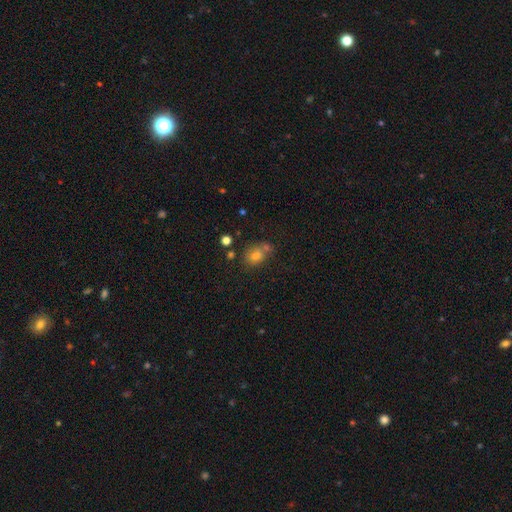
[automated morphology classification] smooth_or_featured: smooth (p=0.72) [alt: star or artifact p=0.16]
how_rounded: round (p=0.52) [alt: in between p=0.46]
merging: none (p=0.53) [alt: merger p=0.27]